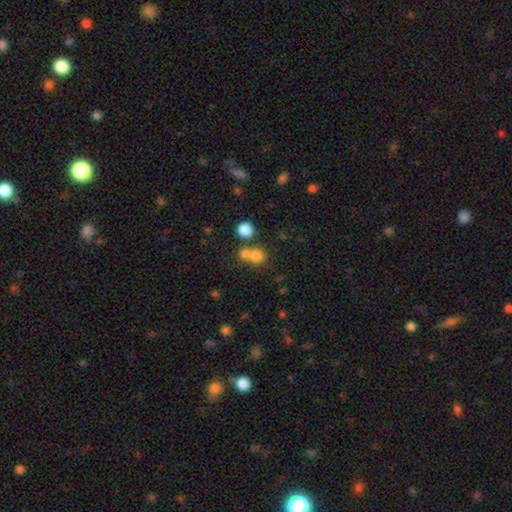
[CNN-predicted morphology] Q: Smooth or featured?
A: smooth (76%); runner-up: star or artifact (15%)
Q: How rounded?
A: round (84%); runner-up: in between (15%)
Q: Merging?
A: none (47%); runner-up: merger (43%)